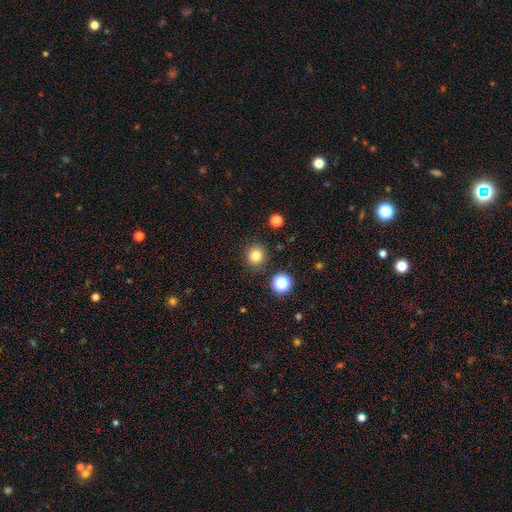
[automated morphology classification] This appears to be a smooth galaxy with no disk features (82%) that is round (89%). Merging: none (88%).